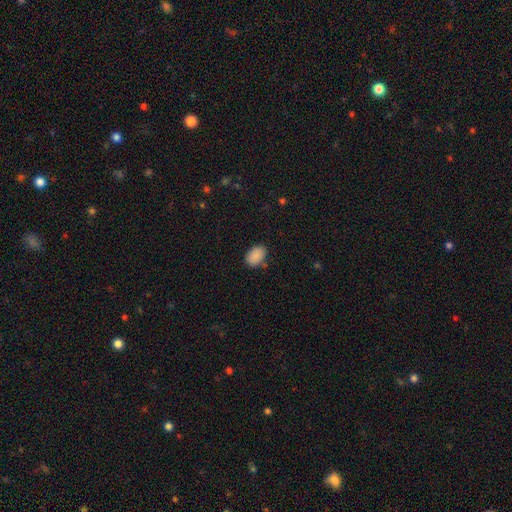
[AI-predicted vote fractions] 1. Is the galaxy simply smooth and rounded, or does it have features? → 89% smooth, 8% star or artifact, 4% featured or disk.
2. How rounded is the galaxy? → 88% in between, 11% round, 1% cigar-shaped.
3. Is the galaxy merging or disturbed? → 81% none, 14% minor disturbance, 3% major disturbance, 3% merger.